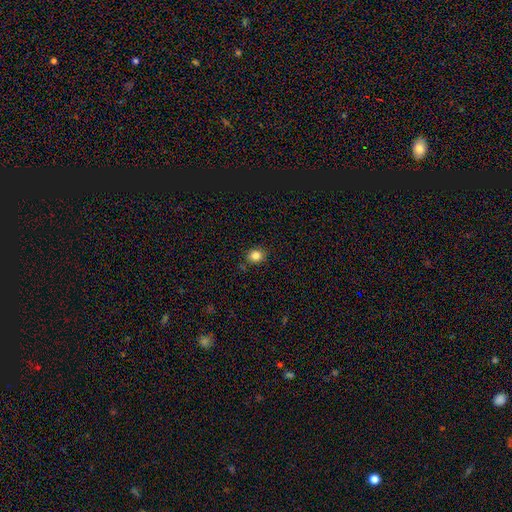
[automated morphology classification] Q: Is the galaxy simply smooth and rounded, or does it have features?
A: smooth — 84%.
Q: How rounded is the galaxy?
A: round — 71%.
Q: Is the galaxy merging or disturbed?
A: none — 85%.